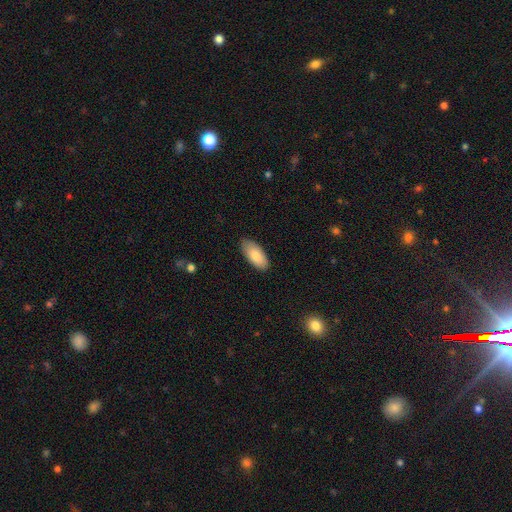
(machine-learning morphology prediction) A smooth galaxy with no disk features (83%) that is in between round and cigar-shaped (91%). Merging: none (85%).